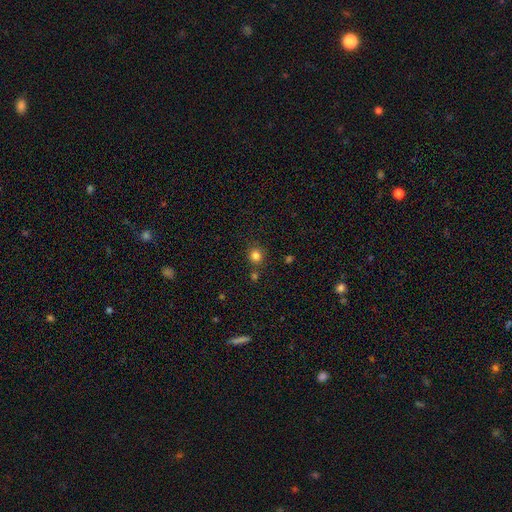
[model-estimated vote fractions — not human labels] The model was most divided on "smooth or featured": smooth: 82%, star or artifact: 14%, featured or disk: 5%. More confident: how rounded — round (90%); merging — none (82%).